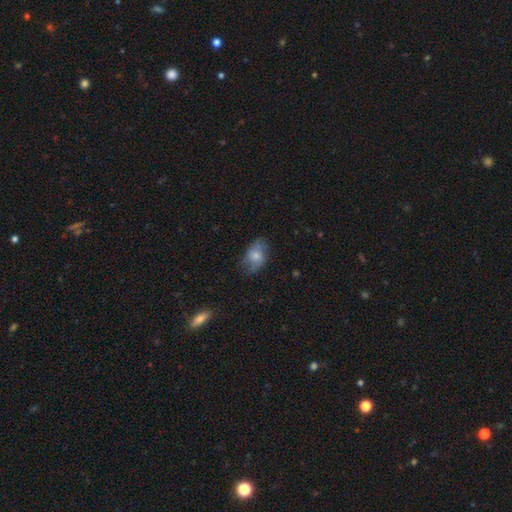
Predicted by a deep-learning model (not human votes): Q: Smooth or featured?
A: smooth (59%); runner-up: featured or disk (33%)
Q: How rounded?
A: in between (83%); runner-up: round (15%)
Q: Merging?
A: none (63%); runner-up: minor disturbance (26%)